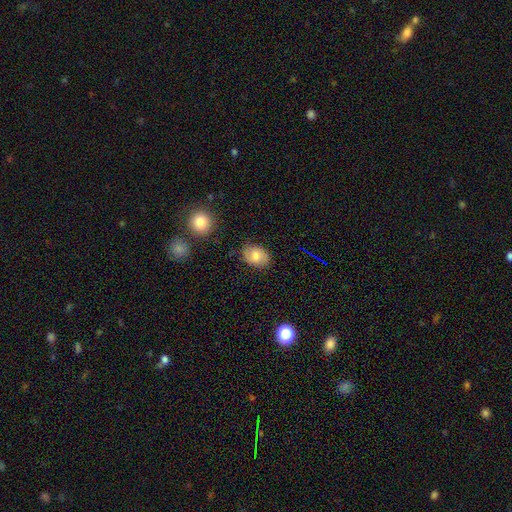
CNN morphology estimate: Smooth or featured? smooth (71%)
How rounded? in between (73%)
Merging? none (80%)